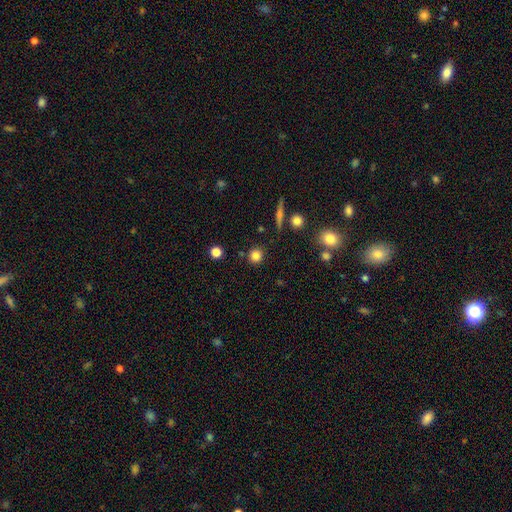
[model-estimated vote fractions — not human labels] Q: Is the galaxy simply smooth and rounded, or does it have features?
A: smooth — 83%.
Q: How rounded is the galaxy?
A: round — 92%.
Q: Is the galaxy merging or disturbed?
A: none — 87%.